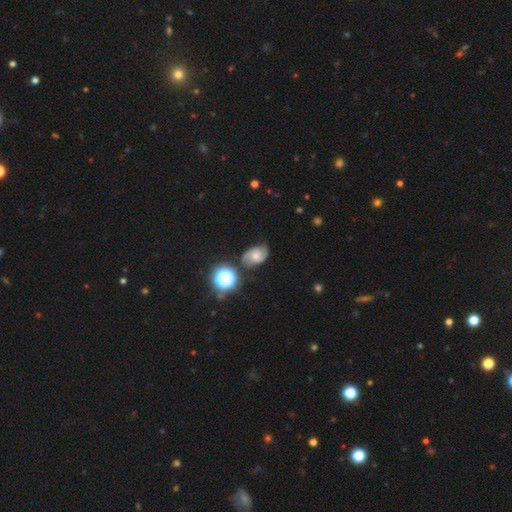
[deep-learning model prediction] smooth_or_featured: featured or disk (p=0.56) [alt: smooth p=0.30]
disk_edge_on: no (p=0.96) [alt: yes p=0.04]
bar: no (p=0.64) [alt: weak p=0.31]
has_spiral_arms: yes (p=0.90) [alt: no p=0.10]
bulge_size: small (p=0.44) [alt: moderate p=0.40]
merging: none (p=0.65) [alt: minor disturbance p=0.23]